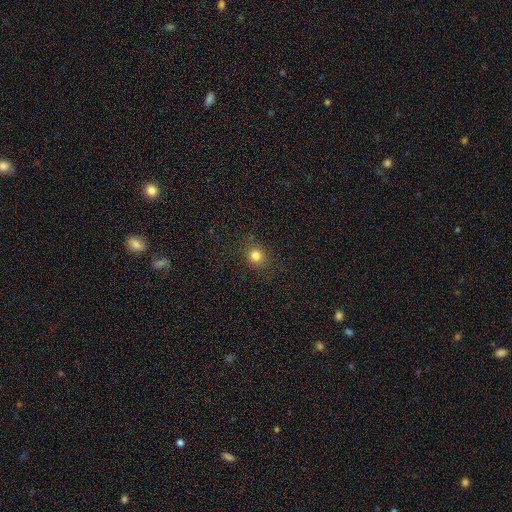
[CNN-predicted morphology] smooth-or-featured: smooth: 80% | star or artifact: 14% | featured or disk: 6%
  how-rounded: round: 84% | in between: 15% | cigar-shaped: 1%
  merging: none: 87% | minor disturbance: 9% | major disturbance: 3% | merger: 1%